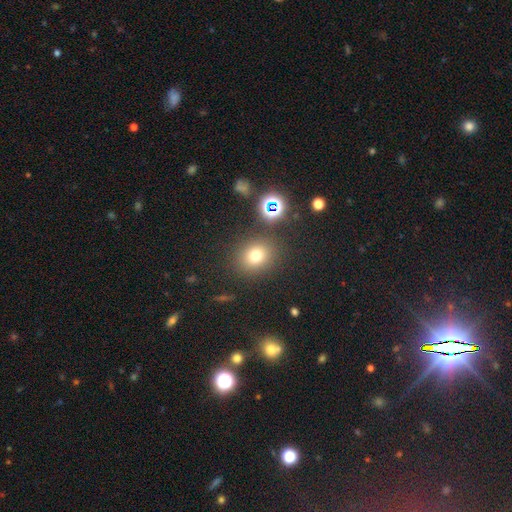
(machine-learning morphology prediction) Smooth or featured? smooth (72%)
How rounded? round (73%)
Merging? none (83%)